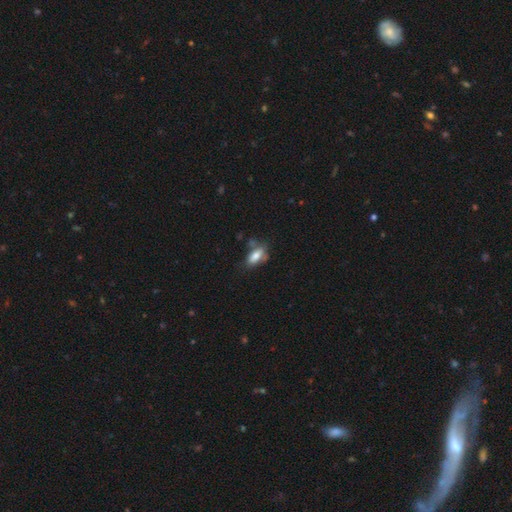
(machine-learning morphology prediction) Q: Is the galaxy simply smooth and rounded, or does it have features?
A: smooth — 72%.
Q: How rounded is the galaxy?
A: in between — 80%.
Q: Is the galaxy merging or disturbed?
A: none — 49%.